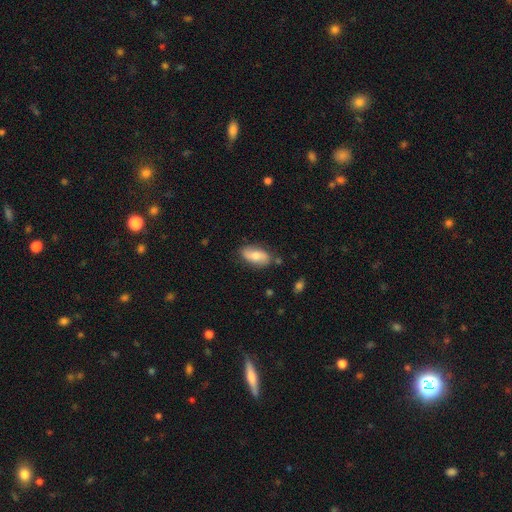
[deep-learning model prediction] Smooth or featured? smooth (62%)
How rounded? in between (89%)
Merging? none (78%)